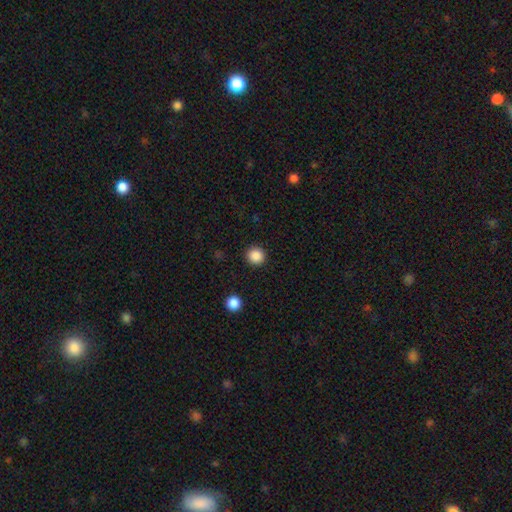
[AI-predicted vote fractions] The model was most divided on "smooth or featured": smooth: 87%, star or artifact: 10%, featured or disk: 3%. More confident: how rounded — round (94%); merging — none (92%).